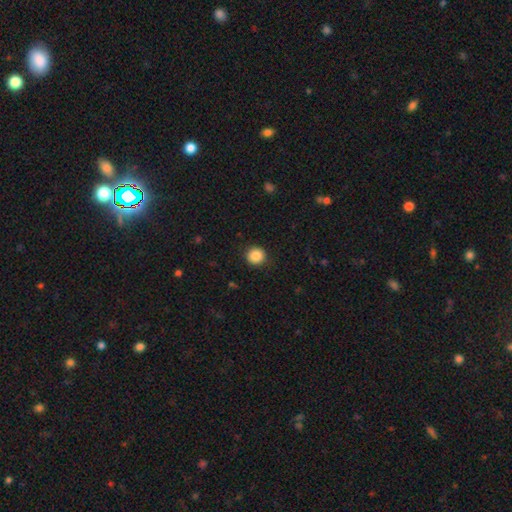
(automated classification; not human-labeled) Smooth or featured?
  - smooth: 87% *
  - star or artifact: 10%
  - featured or disk: 4%
How rounded?
  - round: 92% *
  - in between: 7%
  - cigar-shaped: 1%
Merging?
  - none: 90% *
  - minor disturbance: 7%
  - major disturbance: 2%
  - merger: 1%